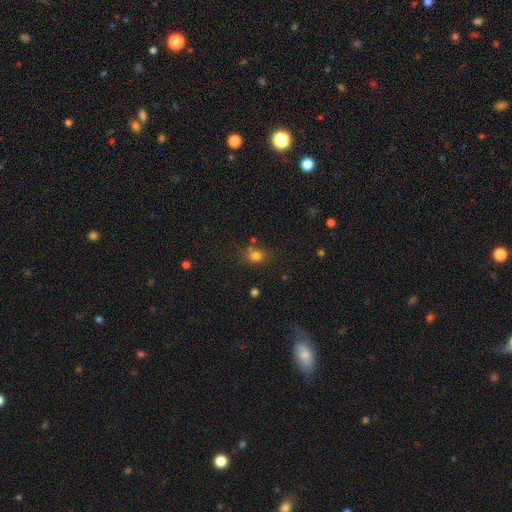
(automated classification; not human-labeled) Smooth or featured?
  - smooth: 76% *
  - star or artifact: 16%
  - featured or disk: 8%
How rounded?
  - round: 59% *
  - in between: 40%
  - cigar-shaped: 1%
Merging?
  - none: 68% *
  - minor disturbance: 16%
  - merger: 10%
  - major disturbance: 6%